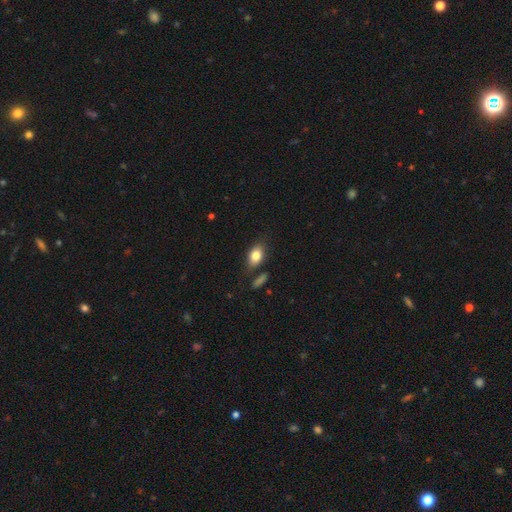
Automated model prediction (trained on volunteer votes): Smooth or featured? smooth (80%)
How rounded? in between (83%)
Merging? none (72%)